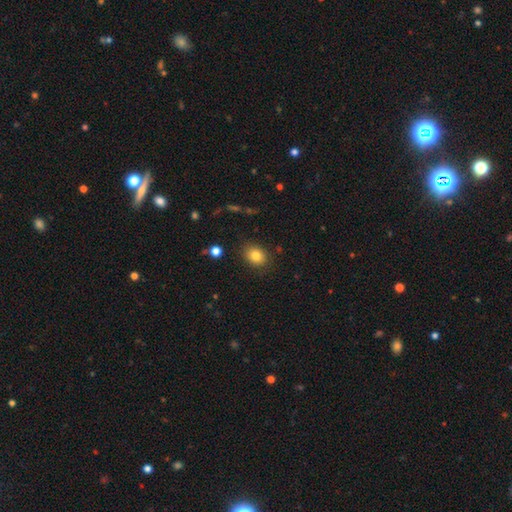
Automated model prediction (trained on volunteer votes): Smooth or featured? smooth (82%)
How rounded? in between (57%)
Merging? none (86%)